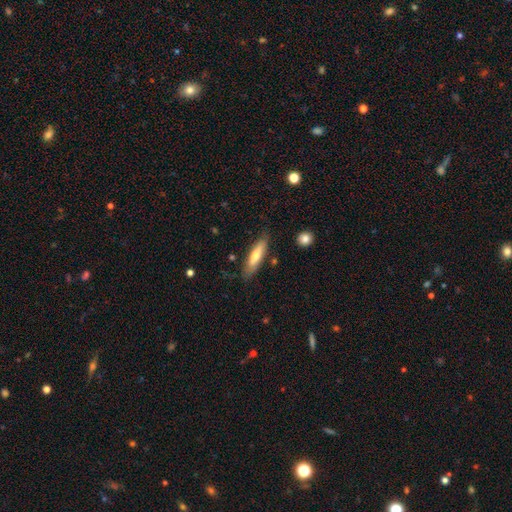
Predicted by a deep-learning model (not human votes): The model was most divided on "smooth or featured": smooth: 62%, featured or disk: 32%, star or artifact: 6%. More confident: merging — none (80%); how rounded — cigar-shaped (71%).